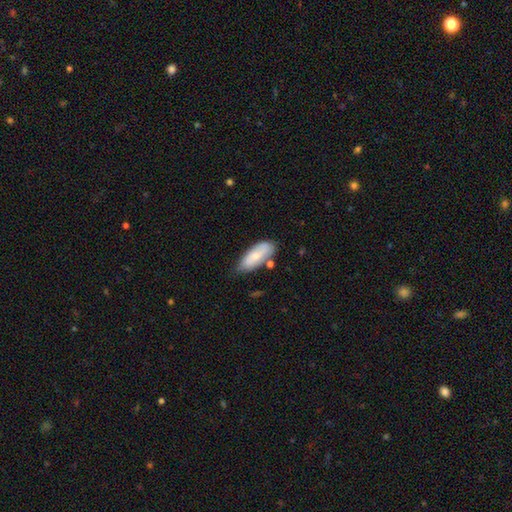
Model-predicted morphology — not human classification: Smooth or featured? smooth (71%)
How rounded? in between (80%)
Merging? none (61%)